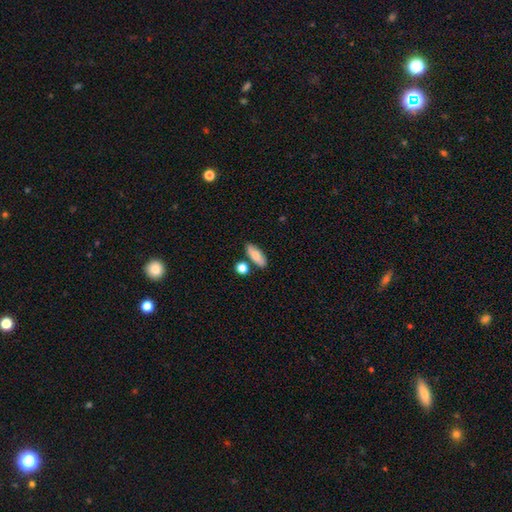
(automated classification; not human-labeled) Morphology: type=smooth (81%); roundness=in between (77%); merging=none (76%).